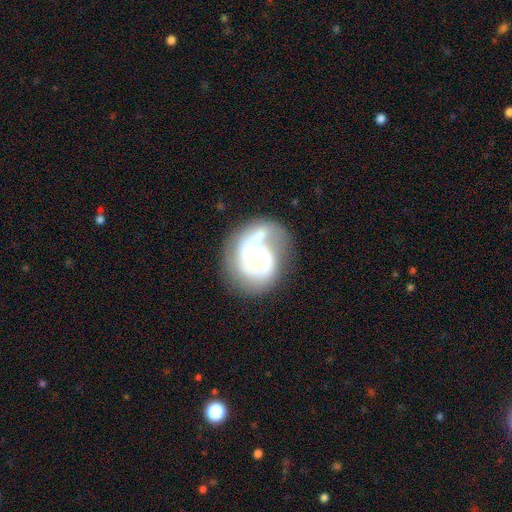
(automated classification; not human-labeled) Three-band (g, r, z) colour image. It shows a featured or disk galaxy (81%) with no bar (66%), 2 (54%) medium (44%) spiral arms (89%) and a moderate central bulge (51%). Merging: none (50%).